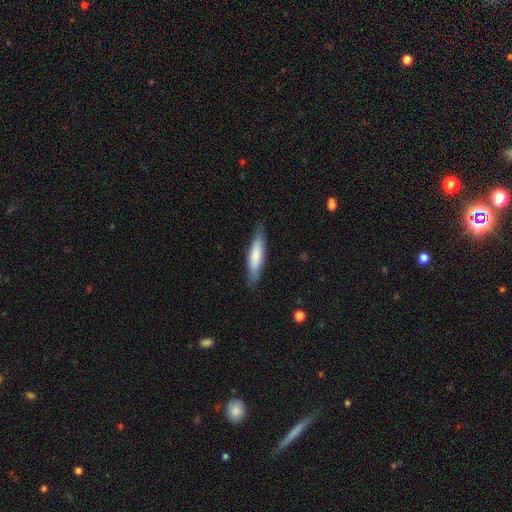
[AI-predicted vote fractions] Morphology: type=smooth (74%); roundness=cigar-shaped (76%); merging=none (85%).